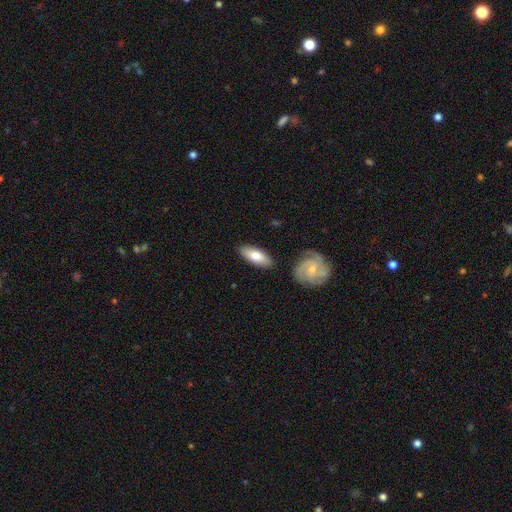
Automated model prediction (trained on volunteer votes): smooth 69%, featured or disk 26%, star or artifact 5%. Down the decision tree: how rounded — in between (70%); merging — none (81%).